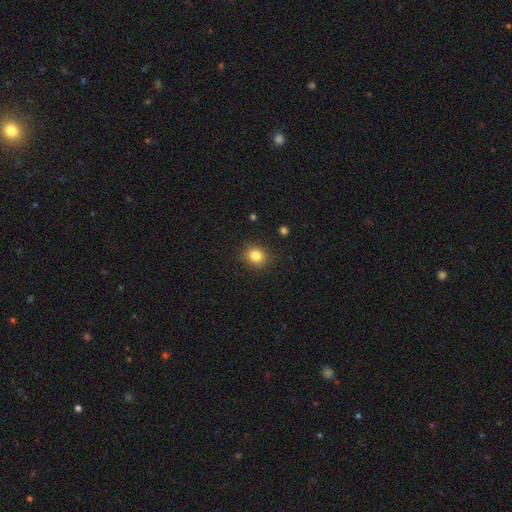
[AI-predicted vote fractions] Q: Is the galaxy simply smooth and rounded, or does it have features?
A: smooth — 84%.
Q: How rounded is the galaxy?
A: round — 76%.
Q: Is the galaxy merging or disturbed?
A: none — 88%.